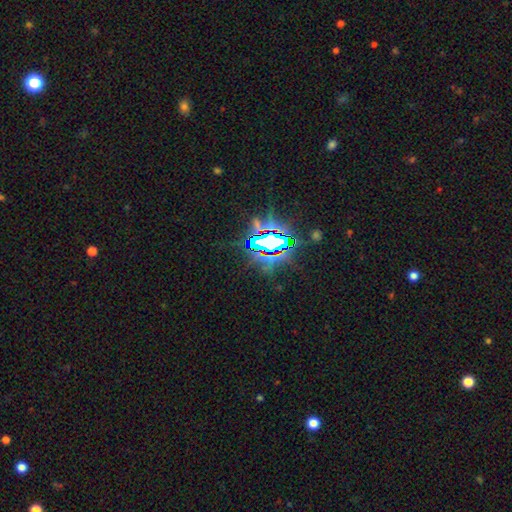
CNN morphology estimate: This appears to be a star or artifact, not a galaxy (82%).